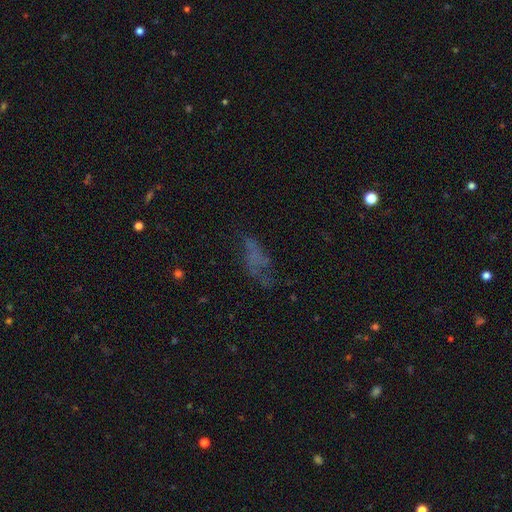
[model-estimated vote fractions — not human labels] smooth-or-featured: smooth: 38% | featured or disk: 36% | star or artifact: 27%
  merging: none: 45% | major disturbance: 30% | minor disturbance: 21% | merger: 4%